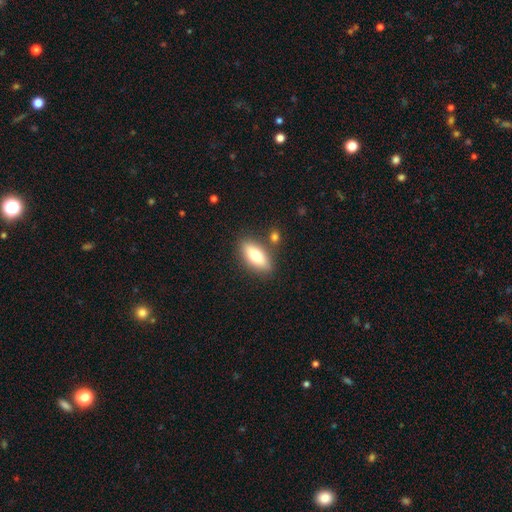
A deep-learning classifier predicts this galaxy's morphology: Smooth or featured? smooth (70%)
How rounded? in between (75%)
Merging? none (79%)